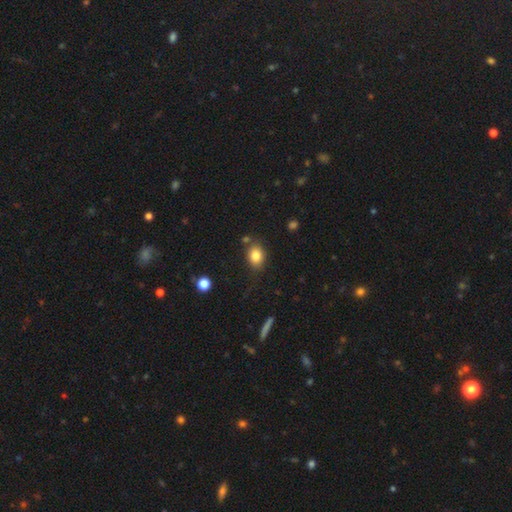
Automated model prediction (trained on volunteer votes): Morphology: type=smooth (83%); roundness=in between (64%); merging=none (77%).